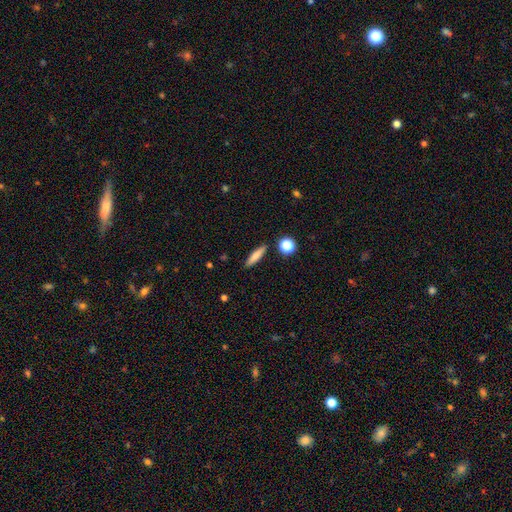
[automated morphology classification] Smooth or featured? Predicted: smooth (p=0.77). How rounded? Predicted: cigar-shaped (p=0.80). Merging? Predicted: none (p=0.88).